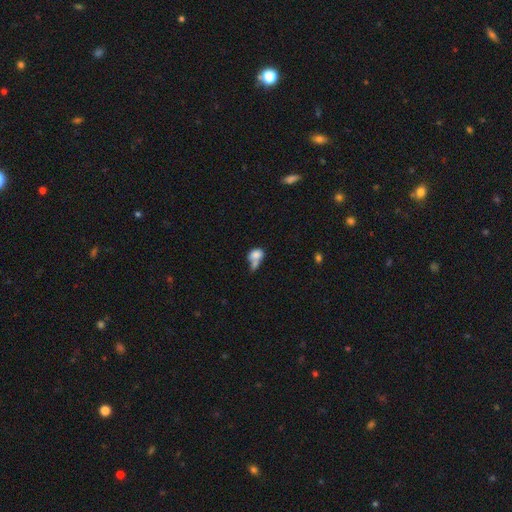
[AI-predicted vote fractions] Overall: smooth (76%). How rounded: in between (68%; round 30%). Merging: merger (56%; none 21%).